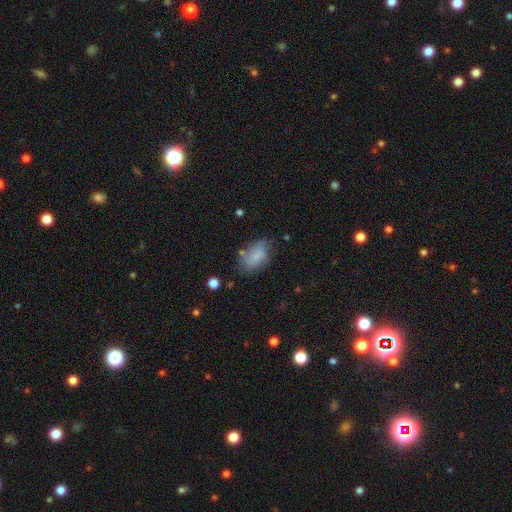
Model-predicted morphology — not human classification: Smooth or featured: smooth — 78% (featured or disk — 12%)
How rounded: in between — 90% (round — 7%)
Merging: none — 55% (minor disturbance — 30%)